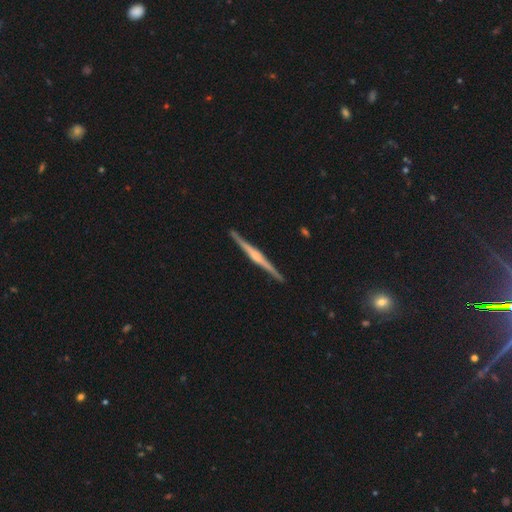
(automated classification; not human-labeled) A featured or disk galaxy (82%) viewed edge-on (99%) with a rounded central bulge (59%).

Vote fractions:
- Smooth or featured? featured or disk: 82% / smooth: 14% / star or artifact: 5%
- Edge-on disk? yes: 99% / no: 1%
- Edge-on bulge? rounded: 59% / boxy: 26% / none: 15%
- Merging? none: 91% / minor disturbance: 6% / major disturbance: 1% / merger: 1%